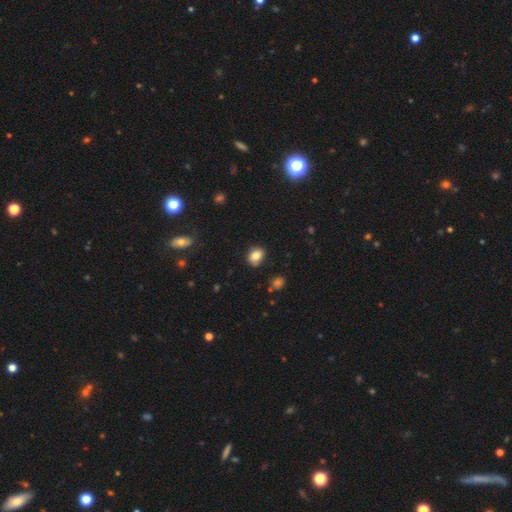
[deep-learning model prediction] Q: Smooth or featured?
A: smooth (82%); runner-up: star or artifact (10%)
Q: How rounded?
A: round (50%); runner-up: in between (49%)
Q: Merging?
A: none (78%); runner-up: minor disturbance (16%)